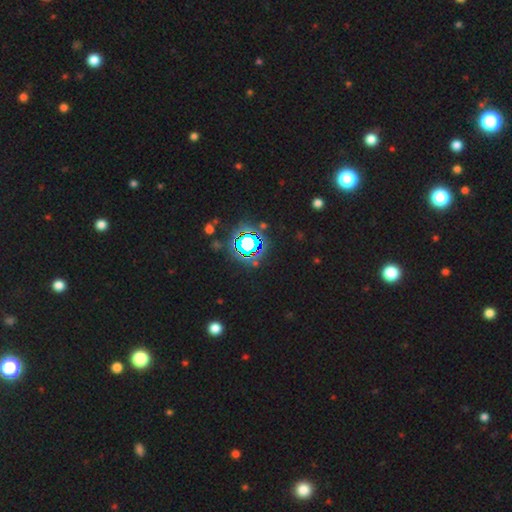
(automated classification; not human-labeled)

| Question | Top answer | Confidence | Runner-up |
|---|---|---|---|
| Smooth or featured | star or artifact | 82% | smooth (11%) |